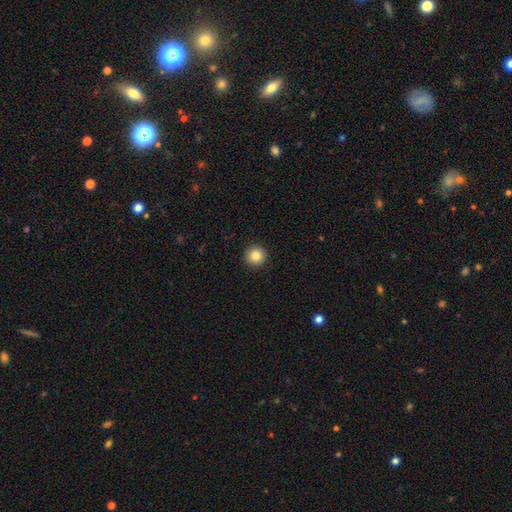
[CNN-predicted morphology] A smooth galaxy with no disk features (84%) that is round (95%).

Vote fractions:
- Smooth or featured? smooth: 84% / star or artifact: 10% / featured or disk: 6%
- How rounded? round: 95% / in between: 4% / cigar-shaped: 1%
- Merging? none: 93% / minor disturbance: 5% / major disturbance: 2% / merger: 1%